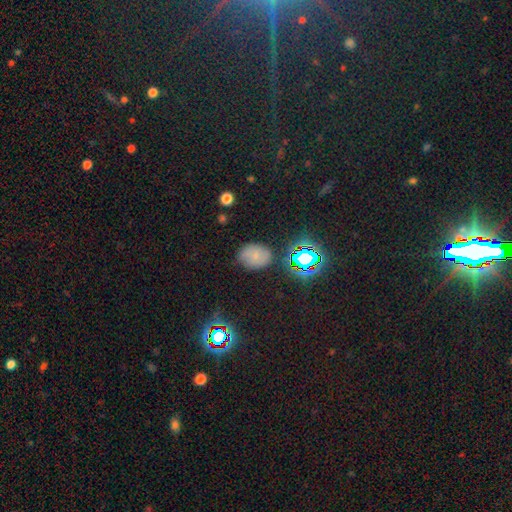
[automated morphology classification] type=smooth (62%); roundness=in between (62%); merging=none (75%).